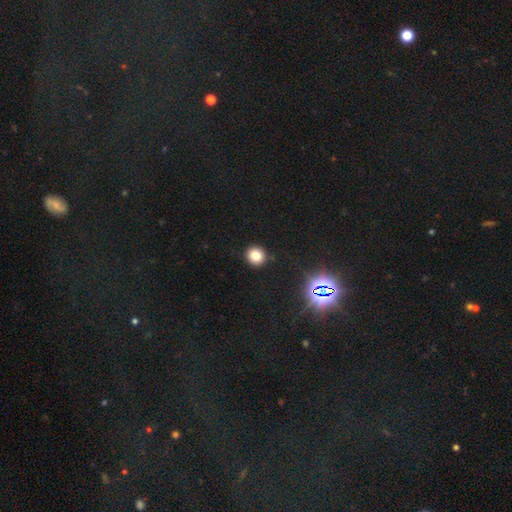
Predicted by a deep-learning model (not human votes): smooth 79%, star or artifact 15%, featured or disk 6%. Down the decision tree: how rounded — round (89%); merging — none (91%).